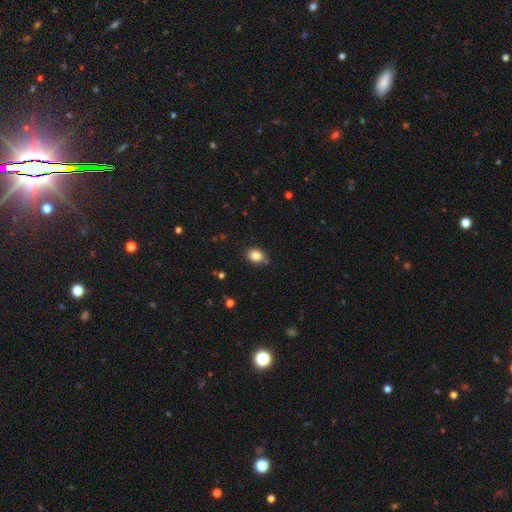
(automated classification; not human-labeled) smooth 85%, star or artifact 10%, featured or disk 5%. Down the decision tree: how rounded — in between (58%); merging — none (77%).